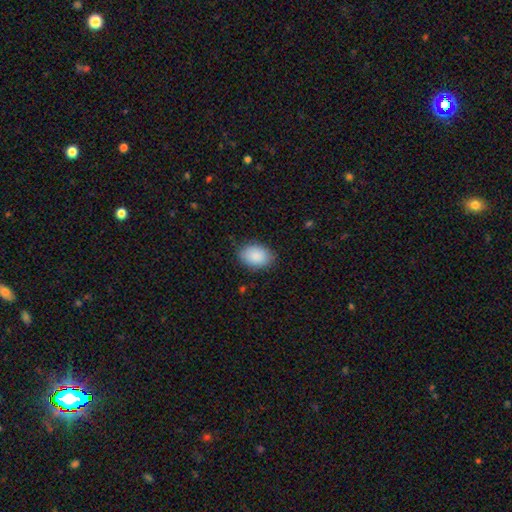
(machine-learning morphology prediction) type=smooth (89%); roundness=in between (83%); merging=none (84%).